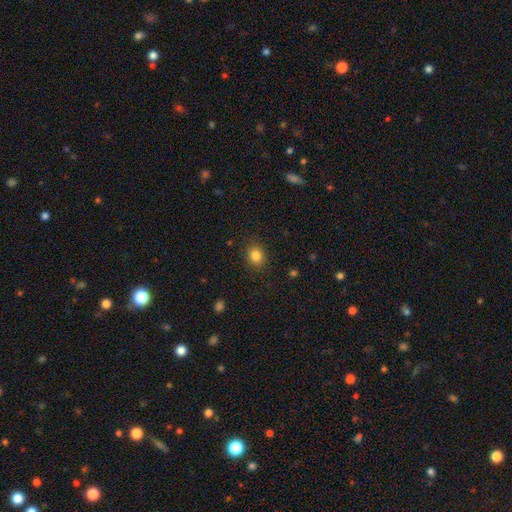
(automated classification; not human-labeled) The model was most divided on "how rounded": round: 68%, in between: 31%, cigar-shaped: 1%. More confident: merging — none (88%); smooth or featured — smooth (84%).